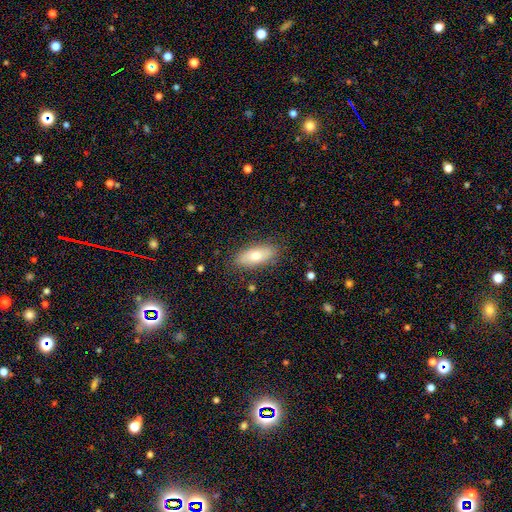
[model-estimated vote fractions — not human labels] Q: Smooth or featured?
A: smooth (70%); runner-up: featured or disk (23%)
Q: How rounded?
A: in between (80%); runner-up: cigar-shaped (17%)
Q: Merging?
A: none (85%); runner-up: minor disturbance (11%)